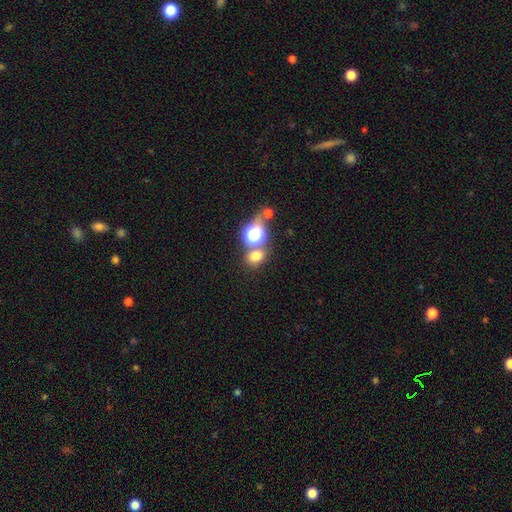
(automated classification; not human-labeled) Q: Smooth or featured?
A: smooth (68%); runner-up: star or artifact (23%)
Q: How rounded?
A: round (63%); runner-up: in between (36%)
Q: Merging?
A: none (62%); runner-up: merger (23%)